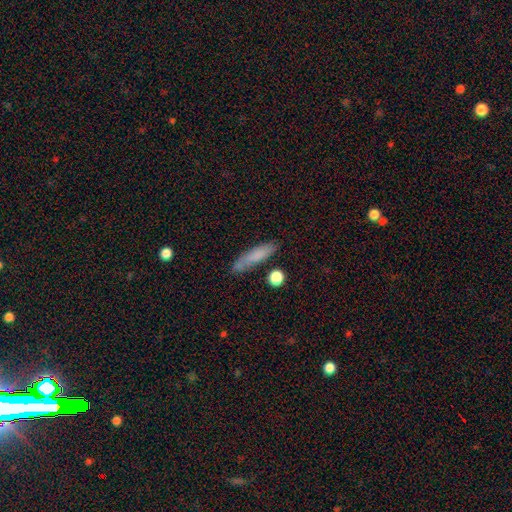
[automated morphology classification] smooth_or_featured: smooth (p=0.74) [alt: featured or disk p=0.17]
how_rounded: cigar-shaped (p=0.75) [alt: in between p=0.22]
merging: none (p=0.72) [alt: minor disturbance p=0.18]